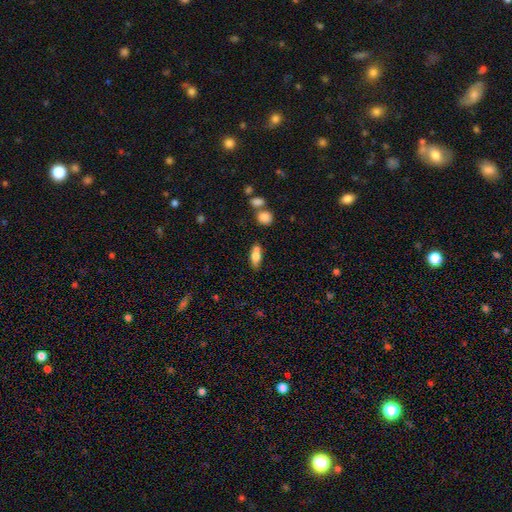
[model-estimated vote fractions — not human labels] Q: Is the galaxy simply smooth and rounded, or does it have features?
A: smooth — 73%.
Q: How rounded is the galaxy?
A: in between — 76%.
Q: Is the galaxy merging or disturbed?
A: none — 61%.